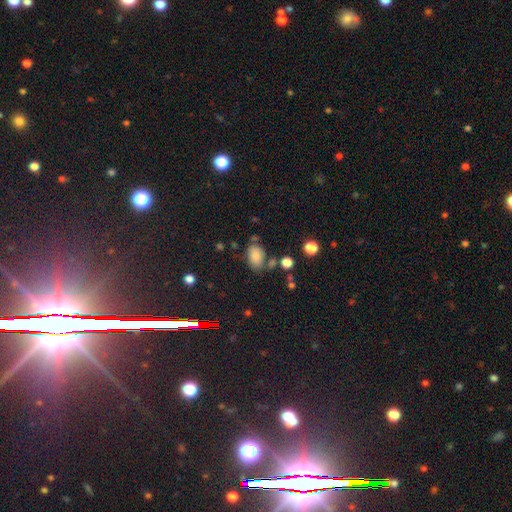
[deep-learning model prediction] Q: Smooth or featured?
A: smooth (82%); runner-up: star or artifact (10%)
Q: How rounded?
A: in between (84%); runner-up: round (15%)
Q: Merging?
A: none (62%); runner-up: minor disturbance (21%)